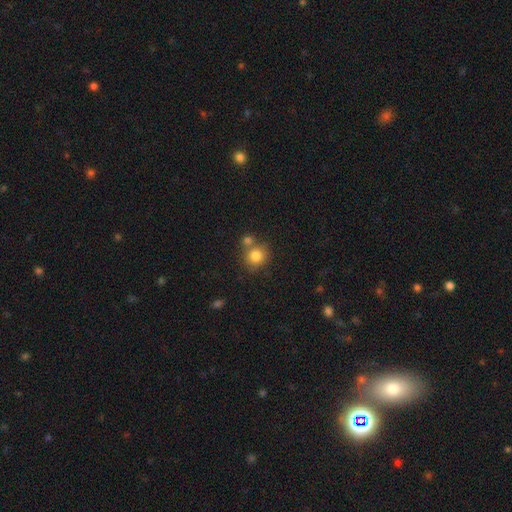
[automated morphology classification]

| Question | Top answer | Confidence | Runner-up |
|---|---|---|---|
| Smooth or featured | smooth | 81% | star or artifact (10%) |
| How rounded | round | 86% | in between (13%) |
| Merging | none | 58% | merger (28%) |